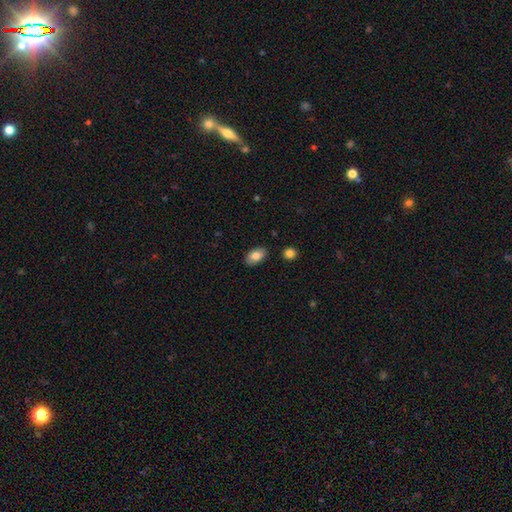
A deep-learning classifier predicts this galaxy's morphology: smooth-or-featured: smooth: 84% | featured or disk: 9% | star or artifact: 7%
  how-rounded: in between: 92% | round: 6% | cigar-shaped: 2%
  merging: none: 87% | minor disturbance: 9% | major disturbance: 2% | merger: 2%